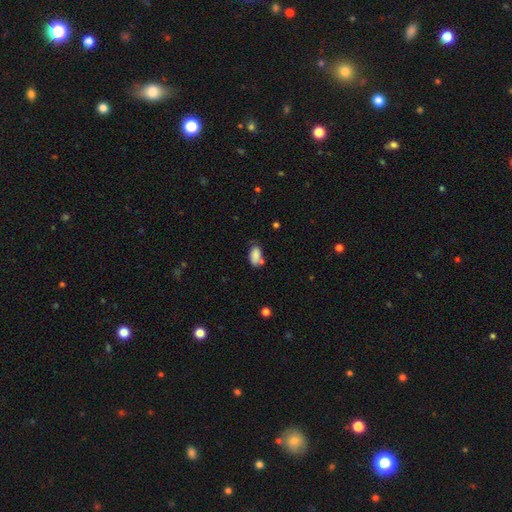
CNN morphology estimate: smooth-or-featured: smooth: 82% | featured or disk: 9% | star or artifact: 9%
  how-rounded: in between: 91% | round: 6% | cigar-shaped: 3%
  merging: none: 50% | minor disturbance: 26% | merger: 17% | major disturbance: 8%